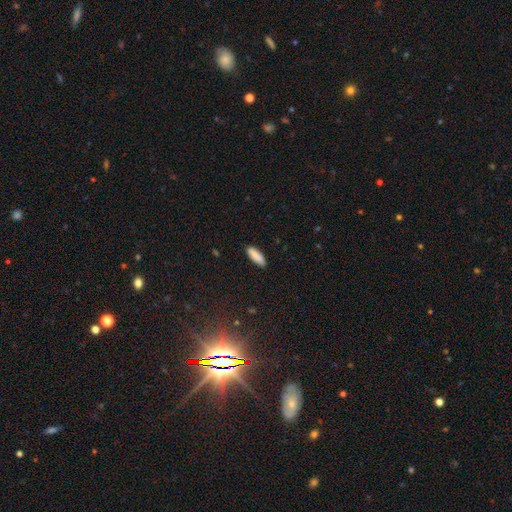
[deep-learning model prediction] Overall: smooth (88%). How rounded: in between (52%; cigar-shaped 46%). Merging: none (87%).